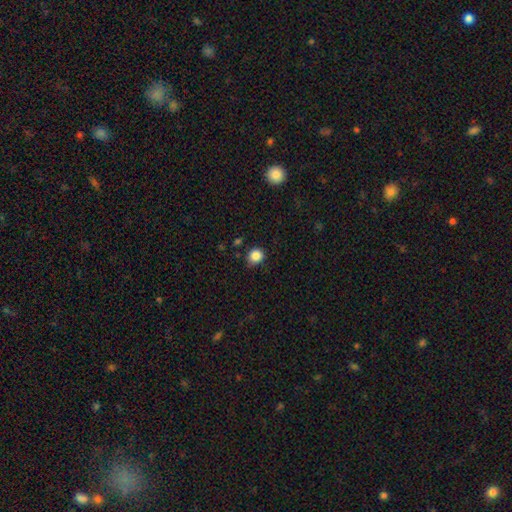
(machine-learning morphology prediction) This appears to be a smooth galaxy with no disk features (86%) that is round (79%). Merging: none (79%).